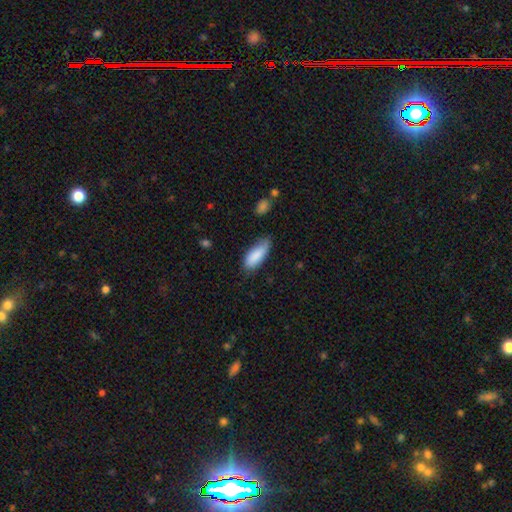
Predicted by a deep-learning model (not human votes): Overall: smooth (87%). How rounded: in between (75%). Merging: none (64%; minor disturbance 28%).